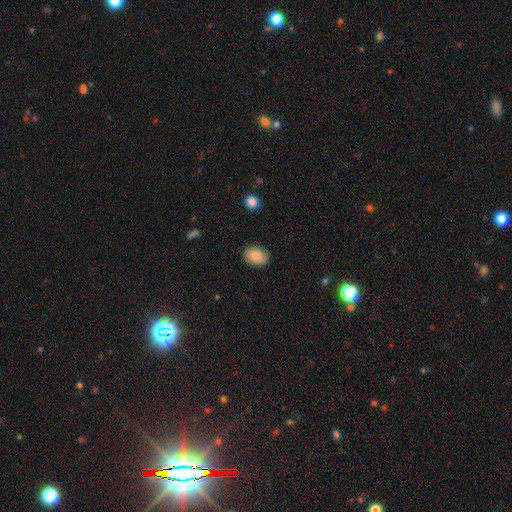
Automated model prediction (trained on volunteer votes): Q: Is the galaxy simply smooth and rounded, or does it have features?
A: smooth — 80%.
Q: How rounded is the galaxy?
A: in between — 61%.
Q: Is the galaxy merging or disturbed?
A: none — 84%.